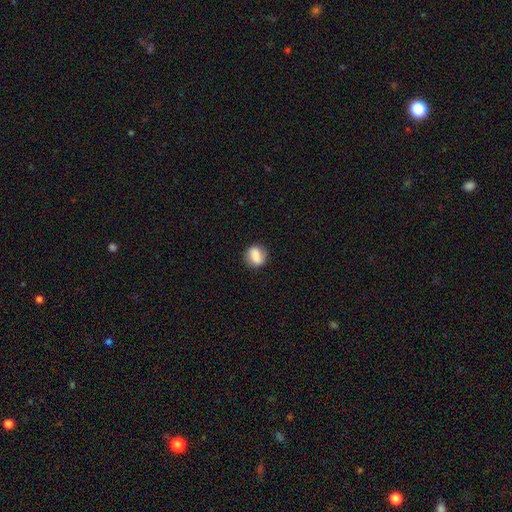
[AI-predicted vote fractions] Overall: smooth (78%). How rounded: round (67%; in between 31%). Merging: none (83%).